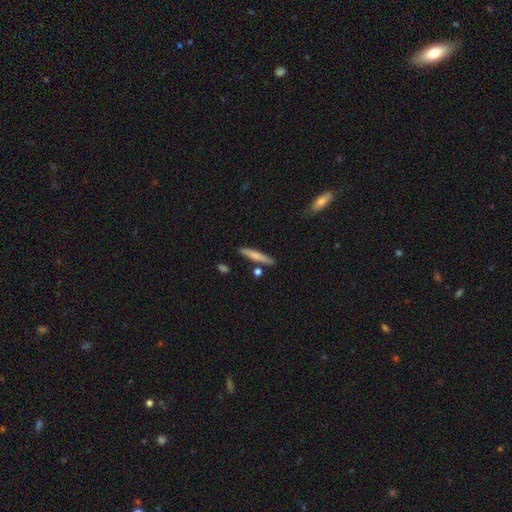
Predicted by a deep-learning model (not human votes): Smooth or featured? Predicted: smooth (p=0.70). How rounded? Predicted: cigar-shaped (p=0.91). Merging? Predicted: none (p=0.83).